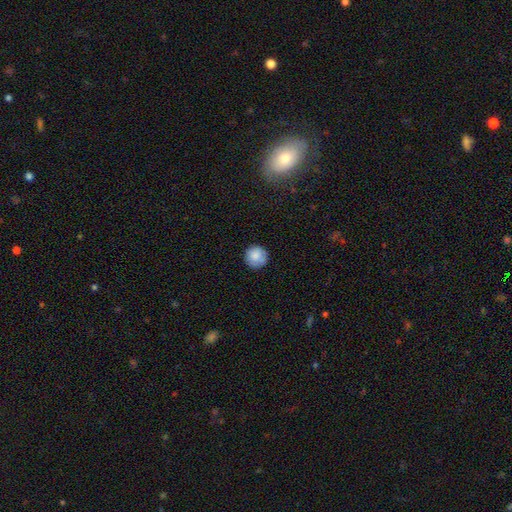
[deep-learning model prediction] smooth_or_featured: smooth (p=0.86) [alt: star or artifact p=0.08]
how_rounded: round (p=0.95) [alt: in between p=0.04]
merging: none (p=0.86) [alt: minor disturbance p=0.11]